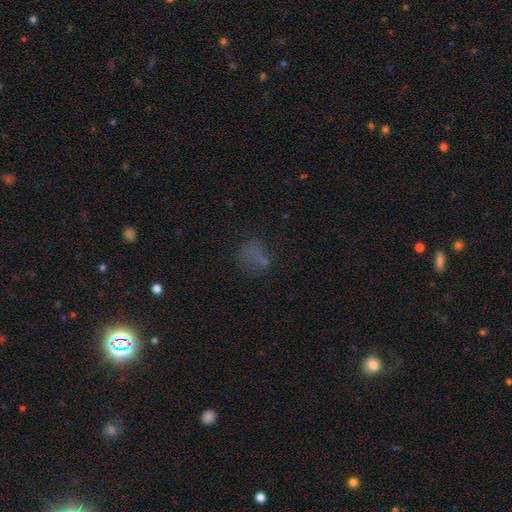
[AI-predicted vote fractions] smooth_or_featured: smooth (p=0.51) [alt: star or artifact p=0.32]
how_rounded: in between (p=0.49) [alt: round p=0.47]
merging: none (p=0.56) [alt: major disturbance p=0.19]